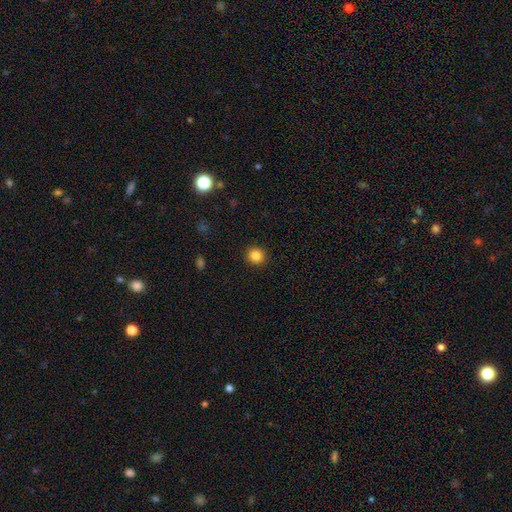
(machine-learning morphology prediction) smooth-or-featured: smooth: 85% | star or artifact: 11% | featured or disk: 4%
  how-rounded: round: 93% | in between: 6% | cigar-shaped: 1%
  merging: none: 92% | minor disturbance: 5% | major disturbance: 2% | merger: 1%